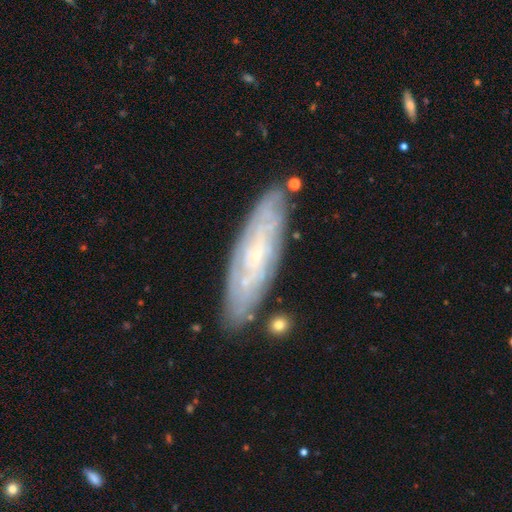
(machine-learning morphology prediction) Q: Smooth or featured?
A: featured or disk (69%); runner-up: smooth (24%)
Q: Edge-on disk?
A: no (72%); runner-up: yes (28%)
Q: Merging?
A: none (83%); runner-up: minor disturbance (12%)